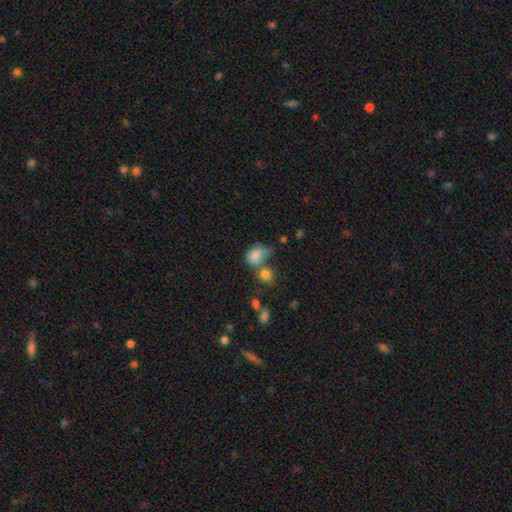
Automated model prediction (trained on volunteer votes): Smooth or featured: smooth — 80% (star or artifact — 10%)
How rounded: in between — 59% (round — 39%)
Merging: merger — 37% (none — 32%)